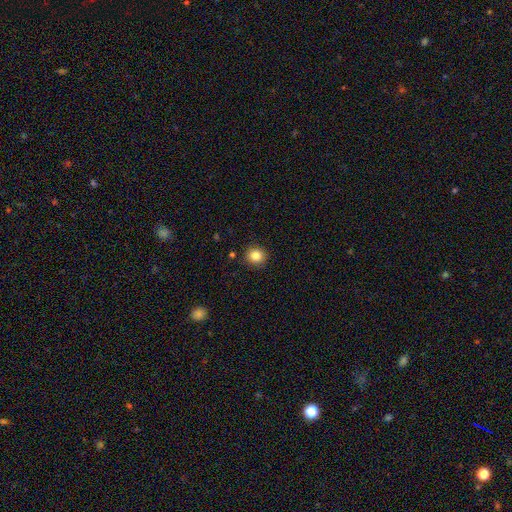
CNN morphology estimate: Smooth or featured: smooth — 84% (star or artifact — 11%)
How rounded: round — 89% (in between — 11%)
Merging: none — 90% (minor disturbance — 7%)